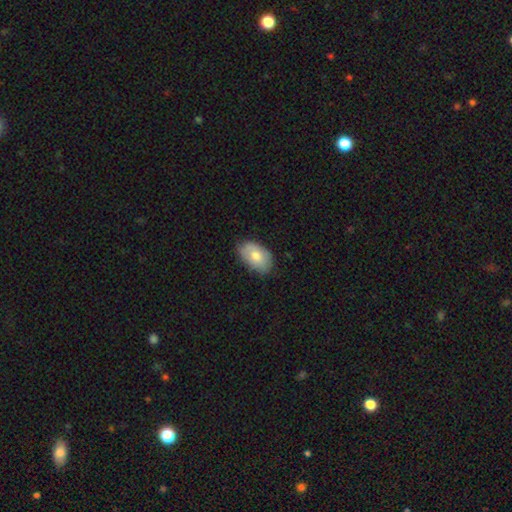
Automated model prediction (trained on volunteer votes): A smooth galaxy with no disk features (73%) that is in between round and cigar-shaped (91%).

Vote fractions:
- Smooth or featured? smooth: 73% / featured or disk: 21% / star or artifact: 6%
- How rounded? in between: 91% / round: 8% / cigar-shaped: 1%
- Merging? none: 72% / minor disturbance: 23% / major disturbance: 4% / merger: 1%